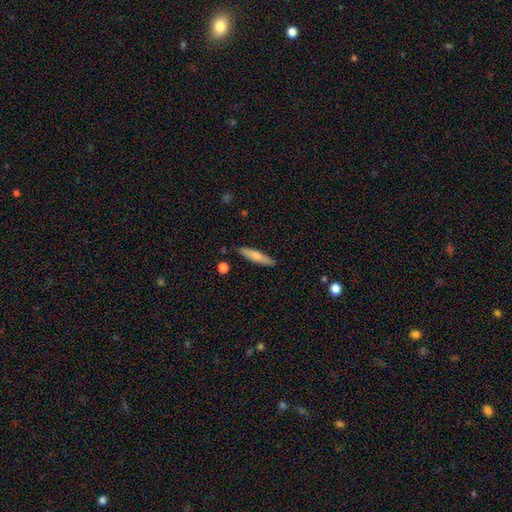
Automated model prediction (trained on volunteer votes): smooth_or_featured: smooth (p=0.71) [alt: featured or disk p=0.24]
how_rounded: cigar-shaped (p=0.83) [alt: in between p=0.16]
merging: none (p=0.86) [alt: minor disturbance p=0.10]